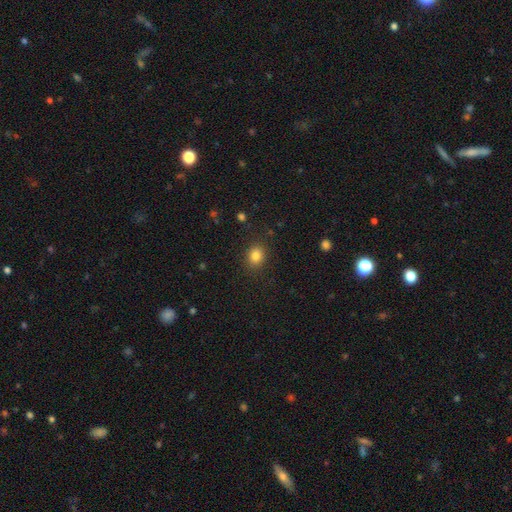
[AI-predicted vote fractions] Smooth or featured? Predicted: smooth (p=0.84). How rounded? Predicted: round (p=0.58). Merging? Predicted: none (p=0.87).